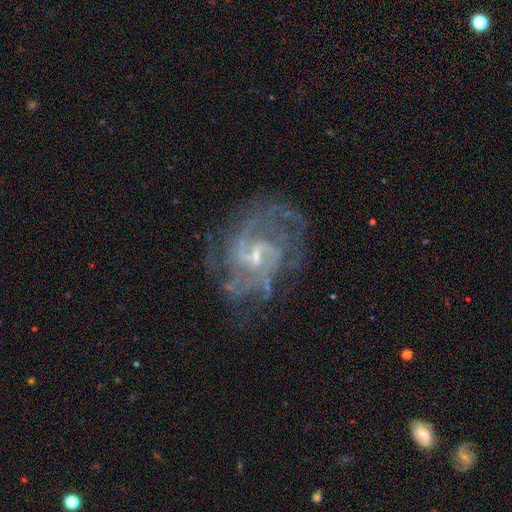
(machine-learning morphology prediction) featured or disk 88%, star or artifact 7%, smooth 5%. Down the decision tree: edge-on disk — no (98%); bar — weak (60%); spiral arms — yes (95%); spiral arm count — 2 (33%); spiral winding — medium (49%); bulge size — small (69%); merging — none (63%).